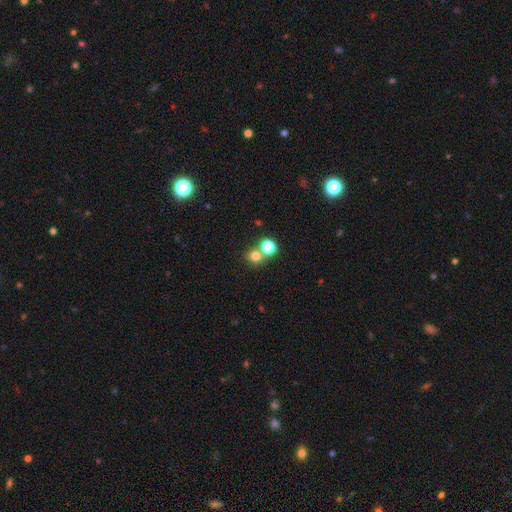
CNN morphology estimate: The model was most divided on "merging": none: 54%, merger: 36%, minor disturbance: 6%, major disturbance: 3%. More confident: how rounded — round (86%); smooth or featured — smooth (75%).